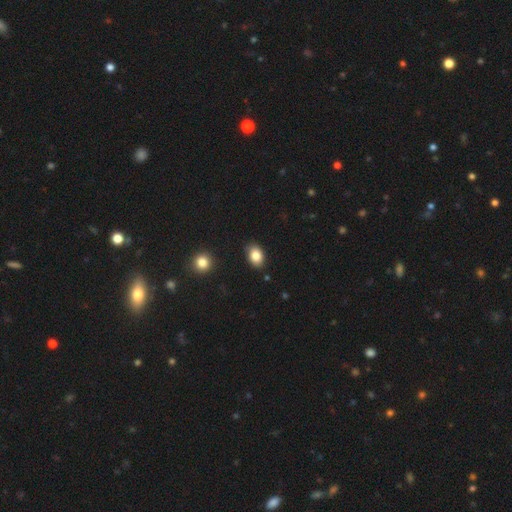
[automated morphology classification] Smooth or featured? Predicted: smooth (p=0.85). How rounded? Predicted: in between (p=0.83). Merging? Predicted: none (p=0.86).